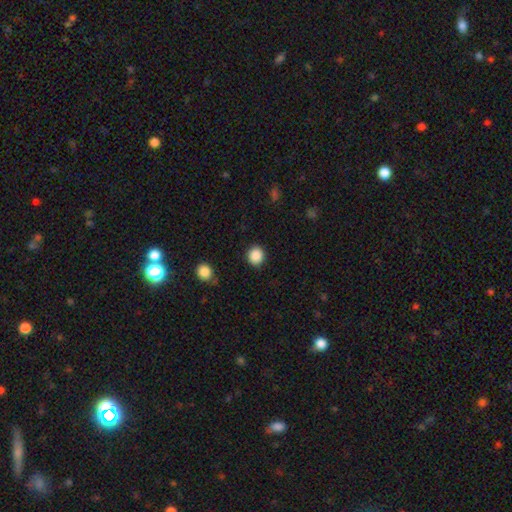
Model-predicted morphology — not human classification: The model was most divided on "how rounded": round: 86%, in between: 13%, cigar-shaped: 1%. More confident: merging — none (89%); smooth or featured — smooth (88%).